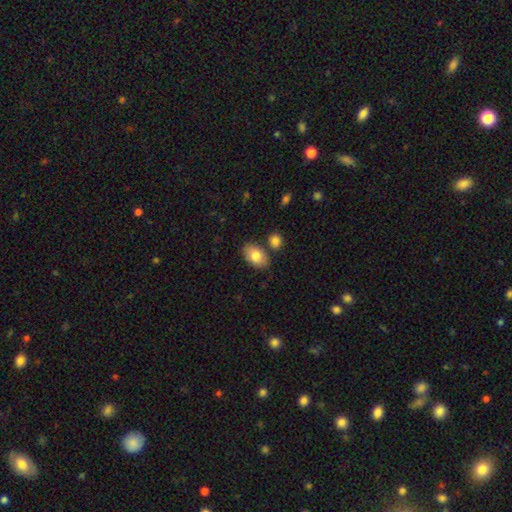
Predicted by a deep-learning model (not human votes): Overall: smooth (81%). How rounded: in between (91%). Merging: none (78%).